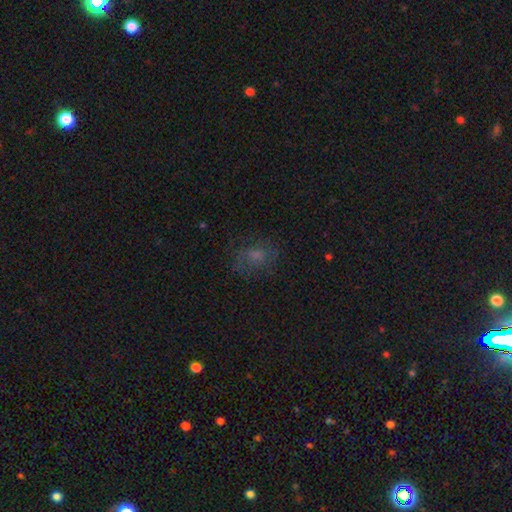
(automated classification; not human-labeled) This is possibly a smooth galaxy (52%). How rounded: possibly in between (55%). Merging: likely none (65%).